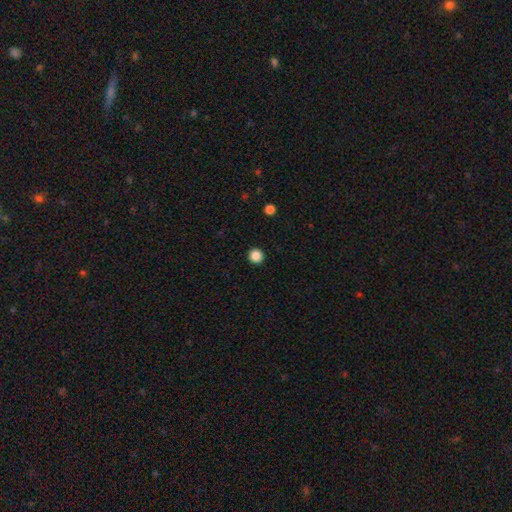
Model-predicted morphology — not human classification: Smooth or featured? Predicted: smooth (p=0.86). How rounded? Predicted: round (p=0.95). Merging? Predicted: none (p=0.93).